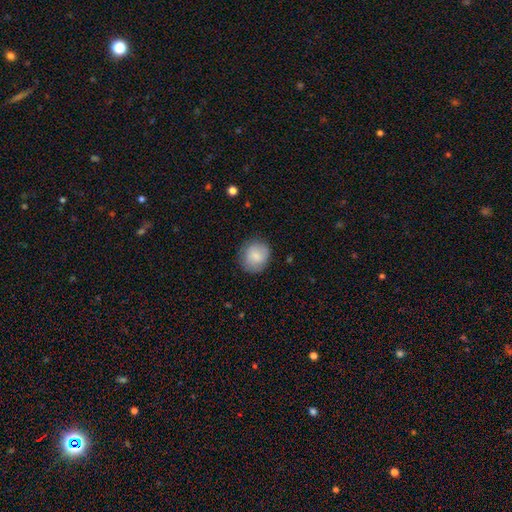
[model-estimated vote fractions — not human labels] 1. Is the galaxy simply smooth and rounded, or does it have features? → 83% smooth, 10% featured or disk, 7% star or artifact.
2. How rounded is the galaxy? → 84% round, 15% in between, 1% cigar-shaped.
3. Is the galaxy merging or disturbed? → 82% none, 14% minor disturbance, 4% major disturbance, 1% merger.